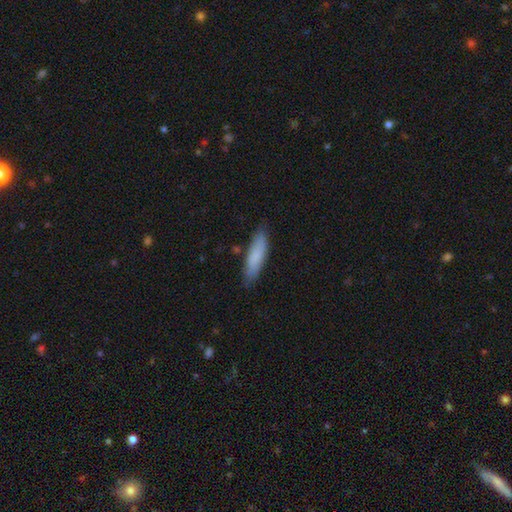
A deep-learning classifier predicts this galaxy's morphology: type=smooth (81%); roundness=cigar-shaped (67%); merging=none (81%).